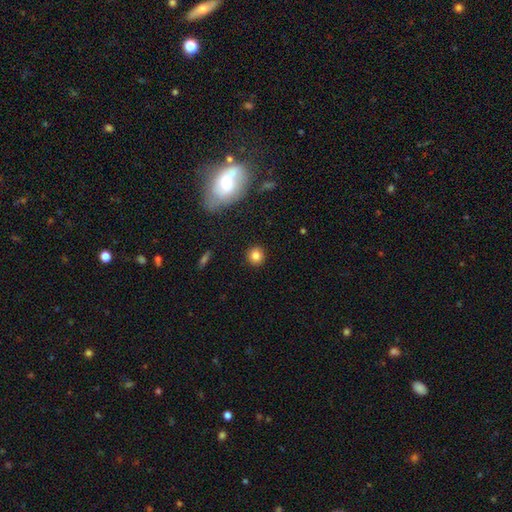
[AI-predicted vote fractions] smooth-or-featured: smooth: 83% | star or artifact: 11% | featured or disk: 6%
  how-rounded: round: 88% | in between: 11% | cigar-shaped: 1%
  merging: none: 90% | minor disturbance: 6% | major disturbance: 2% | merger: 1%